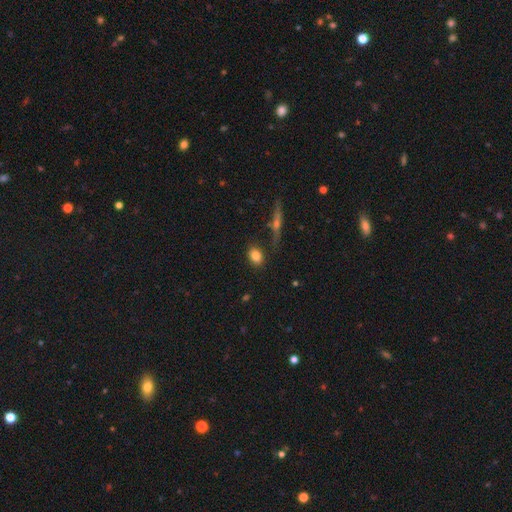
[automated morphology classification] Overall: smooth (83%). How rounded: in between (69%). Merging: none (80%).